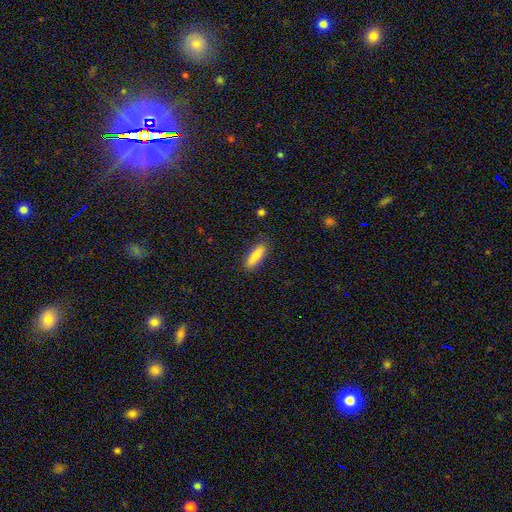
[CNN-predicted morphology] smooth_or_featured: smooth (p=0.84) [alt: featured or disk p=0.10]
how_rounded: cigar-shaped (p=0.54) [alt: in between p=0.44]
merging: none (p=0.86) [alt: minor disturbance p=0.10]